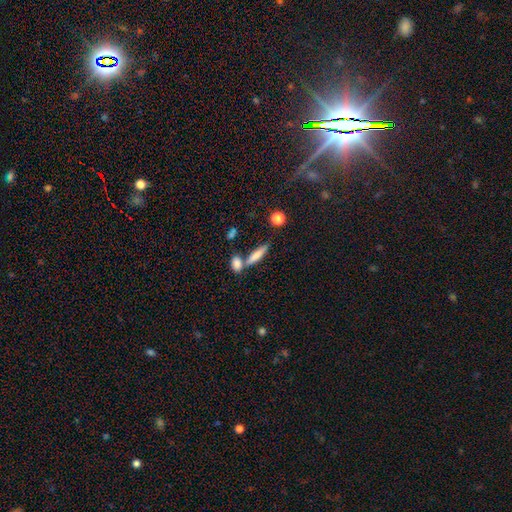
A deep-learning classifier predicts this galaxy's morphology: A smooth galaxy with no disk features (72%) that is cigar-shaped (70%).

Vote fractions:
- Smooth or featured? smooth: 72% / featured or disk: 19% / star or artifact: 9%
- How rounded? cigar-shaped: 70% / in between: 26% / round: 4%
- Merging? none: 59% / merger: 27% / minor disturbance: 10% / major disturbance: 4%